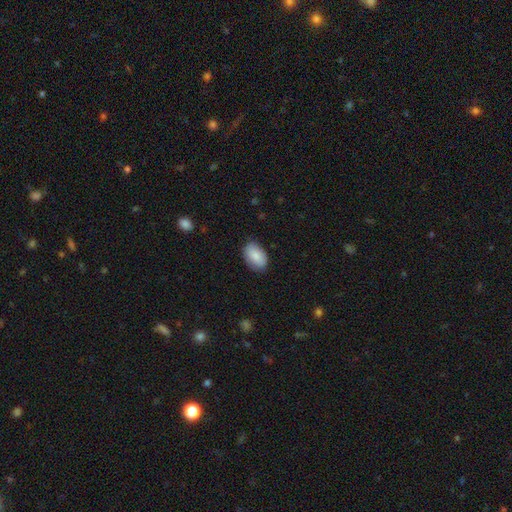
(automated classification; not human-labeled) Smooth or featured?
  - smooth: 87% *
  - featured or disk: 7%
  - star or artifact: 6%
How rounded?
  - in between: 92% *
  - round: 7%
  - cigar-shaped: 1%
Merging?
  - none: 84% *
  - minor disturbance: 12%
  - major disturbance: 3%
  - merger: 1%